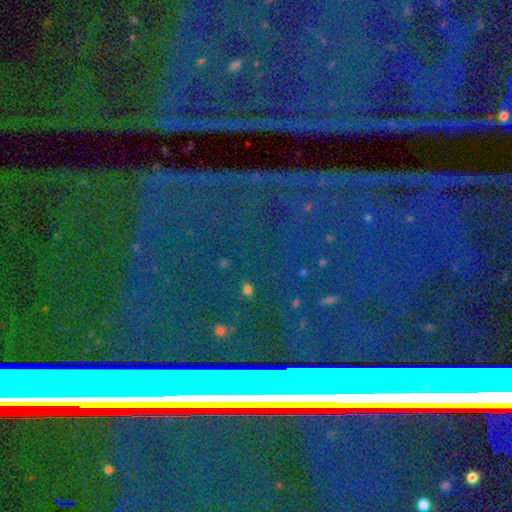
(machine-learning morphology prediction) star or artifact 78%, smooth 11%, featured or disk 11%.